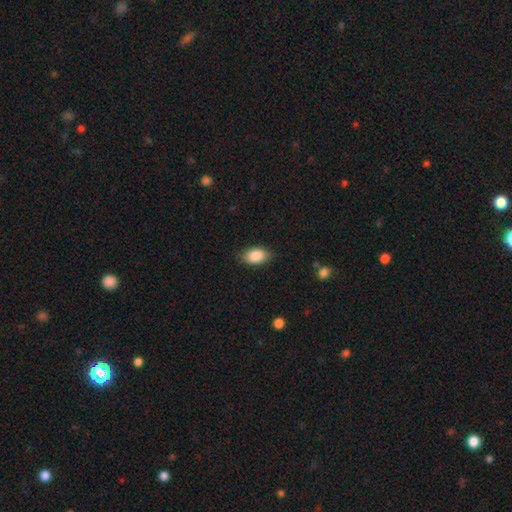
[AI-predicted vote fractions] Smooth or featured: smooth — 88% (star or artifact — 7%)
How rounded: in between — 92% (round — 6%)
Merging: none — 84% (minor disturbance — 13%)